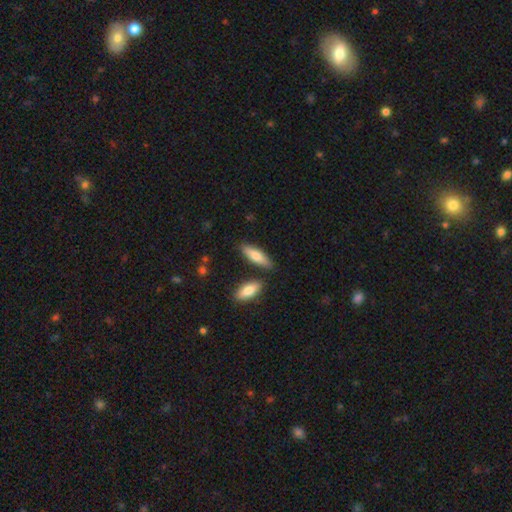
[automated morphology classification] Smooth or featured? smooth (76%)
How rounded? in between (51%)
Merging? none (79%)